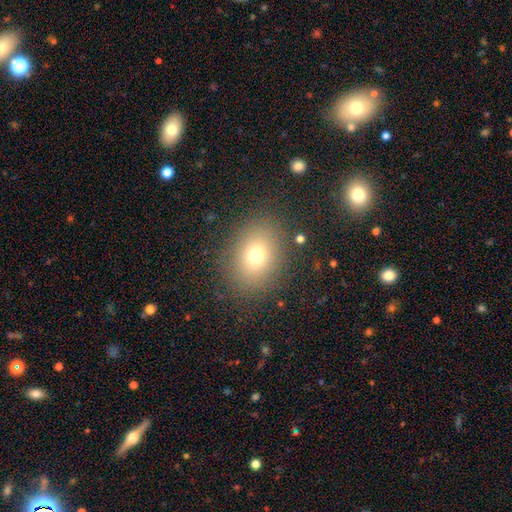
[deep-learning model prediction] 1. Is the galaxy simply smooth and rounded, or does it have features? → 72% smooth, 15% star or artifact, 12% featured or disk.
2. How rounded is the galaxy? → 53% in between, 46% round, 1% cigar-shaped.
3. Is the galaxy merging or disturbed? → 85% none, 9% minor disturbance, 5% major disturbance, 2% merger.